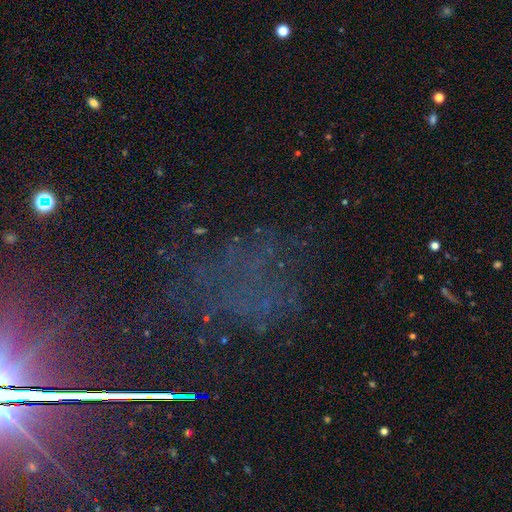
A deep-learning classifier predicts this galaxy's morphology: smooth_or_featured: star or artifact (p=0.65) [alt: featured or disk p=0.20]